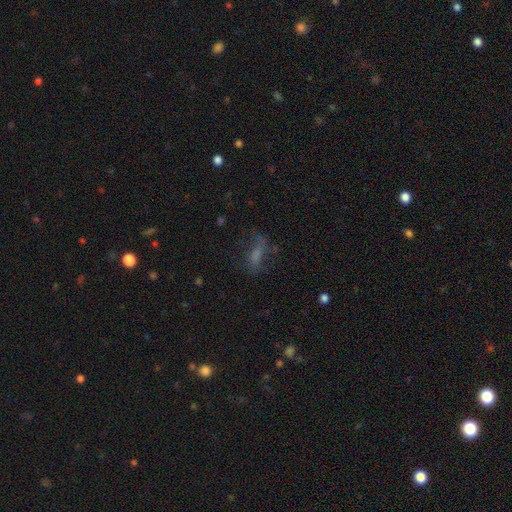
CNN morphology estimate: A smooth galaxy with no disk features (39%).

Vote fractions:
- Smooth or featured? smooth: 39% / featured or disk: 34% / star or artifact: 26%
- Merging? none: 52% / major disturbance: 25% / minor disturbance: 20% / merger: 3%